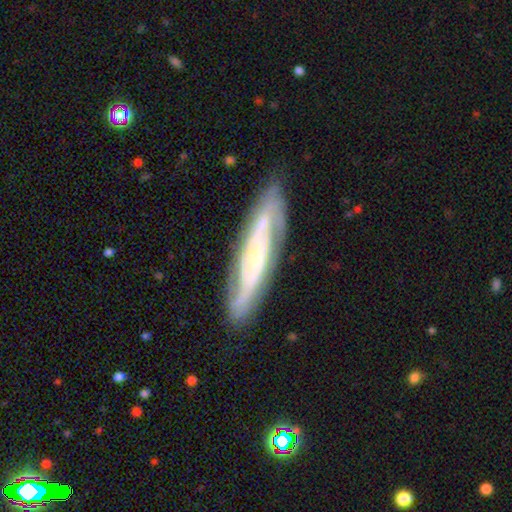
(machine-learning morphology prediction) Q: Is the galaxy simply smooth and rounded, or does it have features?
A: featured or disk — 81%.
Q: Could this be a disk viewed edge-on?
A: no — 73%.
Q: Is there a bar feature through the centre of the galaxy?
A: no — 49%.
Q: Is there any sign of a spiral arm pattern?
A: yes — 94%.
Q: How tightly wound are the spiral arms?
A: tight — 50%.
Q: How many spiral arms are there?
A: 2 — 56%.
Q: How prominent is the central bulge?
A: small — 70%.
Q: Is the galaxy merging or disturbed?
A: none — 82%.